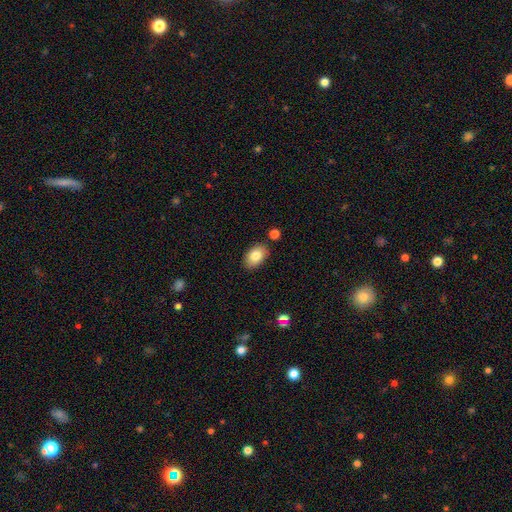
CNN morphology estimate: This appears to be a smooth galaxy with no disk features (83%) that is in between round and cigar-shaped (89%). Merging: none (83%).